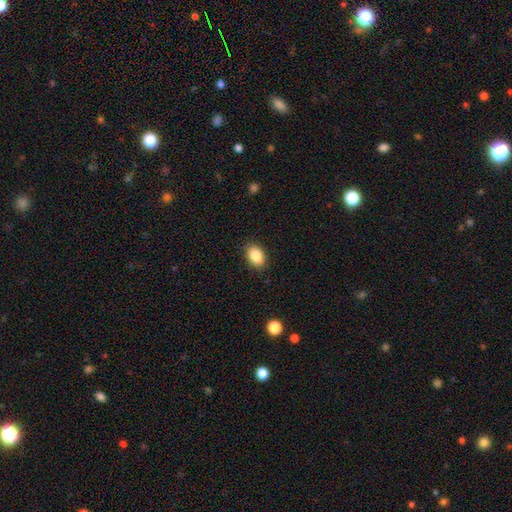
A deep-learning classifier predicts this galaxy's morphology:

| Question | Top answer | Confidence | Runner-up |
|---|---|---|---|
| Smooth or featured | smooth | 87% | star or artifact (8%) |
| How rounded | in between | 84% | round (15%) |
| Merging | none | 88% | minor disturbance (9%) |